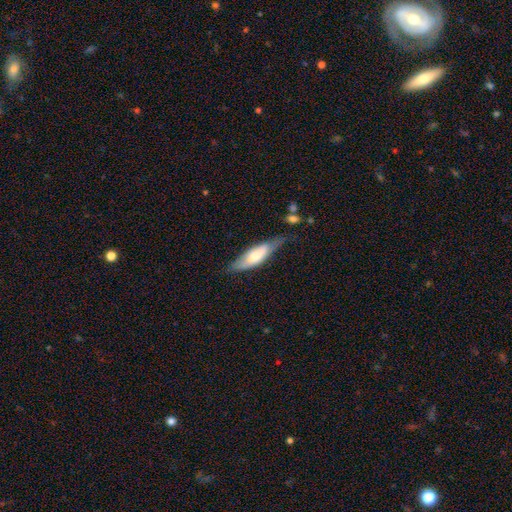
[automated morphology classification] This is possibly a smooth galaxy (59%). How rounded: possibly in between (53%). Merging: possibly none (47%).